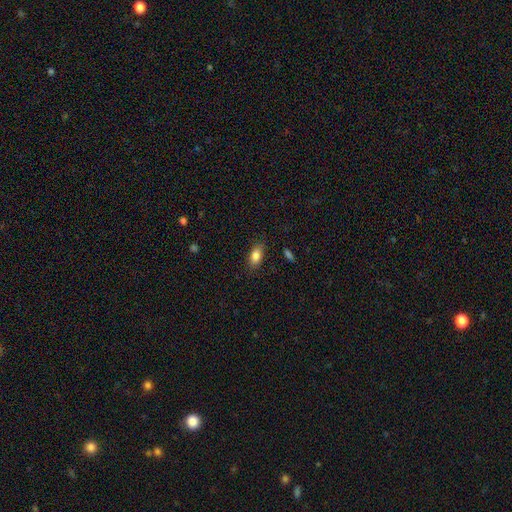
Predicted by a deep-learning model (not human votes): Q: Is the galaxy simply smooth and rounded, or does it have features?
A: smooth — 83%.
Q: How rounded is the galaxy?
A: in between — 86%.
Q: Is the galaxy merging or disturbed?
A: none — 83%.